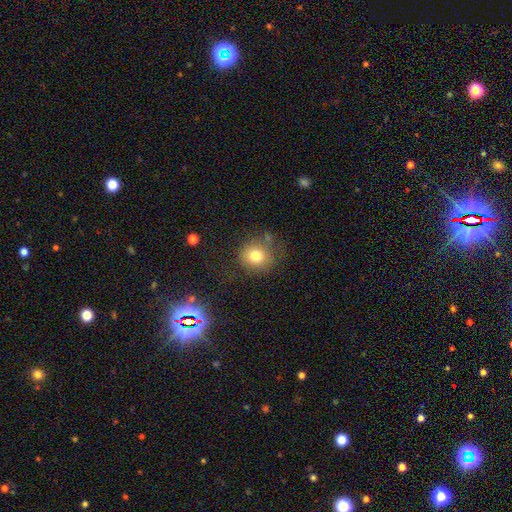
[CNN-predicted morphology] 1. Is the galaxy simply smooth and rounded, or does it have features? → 78% smooth, 12% star or artifact, 10% featured or disk.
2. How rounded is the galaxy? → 88% round, 11% in between, 1% cigar-shaped.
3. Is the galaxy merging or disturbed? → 71% none, 17% minor disturbance, 8% major disturbance, 5% merger.